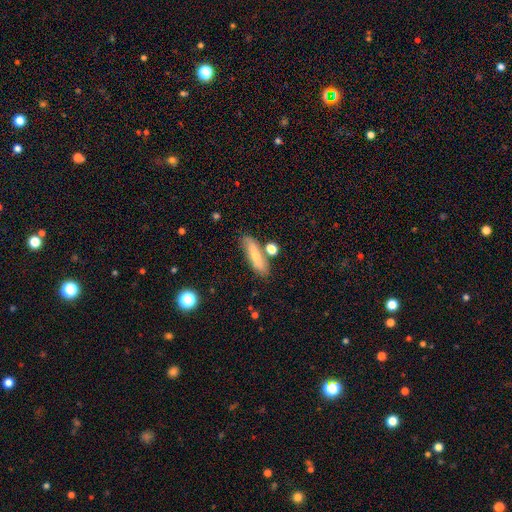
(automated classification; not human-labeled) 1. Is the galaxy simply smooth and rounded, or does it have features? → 69% smooth, 23% featured or disk, 8% star or artifact.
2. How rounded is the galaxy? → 65% cigar-shaped, 31% in between, 4% round.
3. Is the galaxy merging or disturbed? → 70% none, 15% minor disturbance, 11% merger, 4% major disturbance.